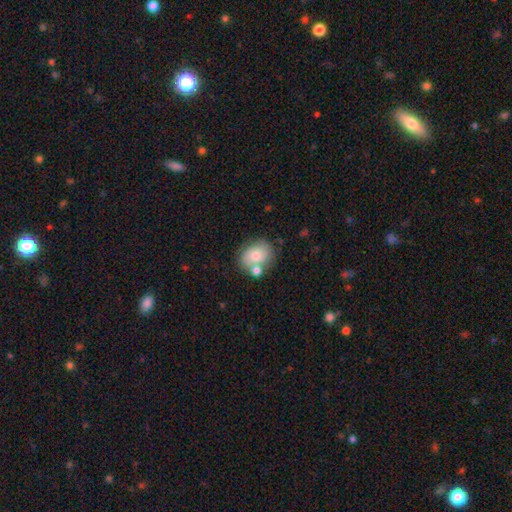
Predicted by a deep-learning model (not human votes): This appears to be a smooth galaxy with no disk features (64%) that is in between round and cigar-shaped (50%). Merging: none (56%).